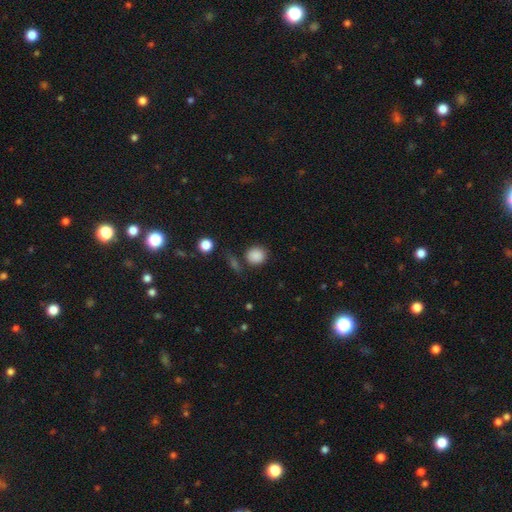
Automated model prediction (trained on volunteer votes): This appears to be a smooth galaxy with no disk features (87%) that is round (86%). Merging: none (77%).